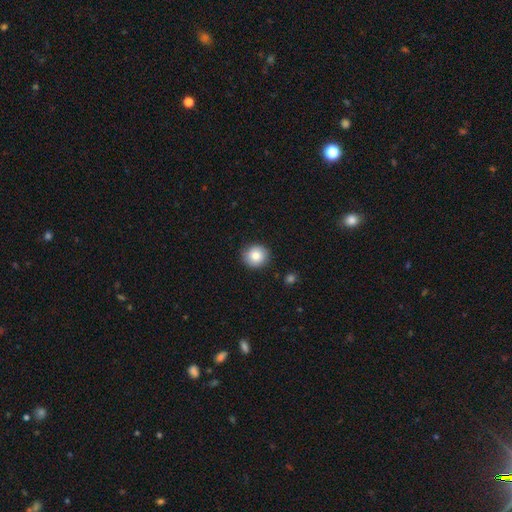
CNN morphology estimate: Smooth or featured: smooth — 82% (featured or disk — 9%)
How rounded: round — 89% (in between — 10%)
Merging: none — 88% (minor disturbance — 9%)